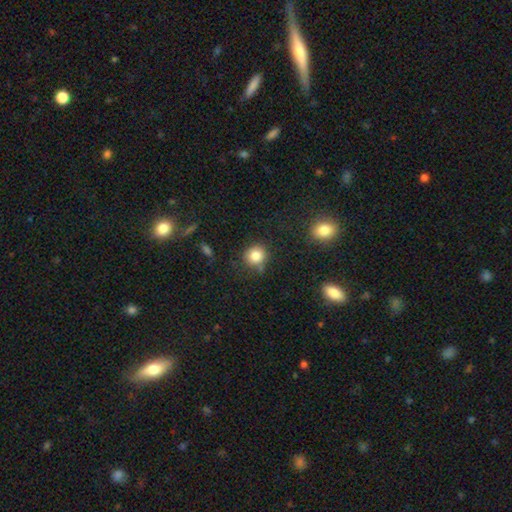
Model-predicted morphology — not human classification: smooth-or-featured: smooth: 83% | star or artifact: 11% | featured or disk: 6%
  how-rounded: round: 86% | in between: 13% | cigar-shaped: 1%
  merging: none: 76% | minor disturbance: 13% | merger: 6% | major disturbance: 4%